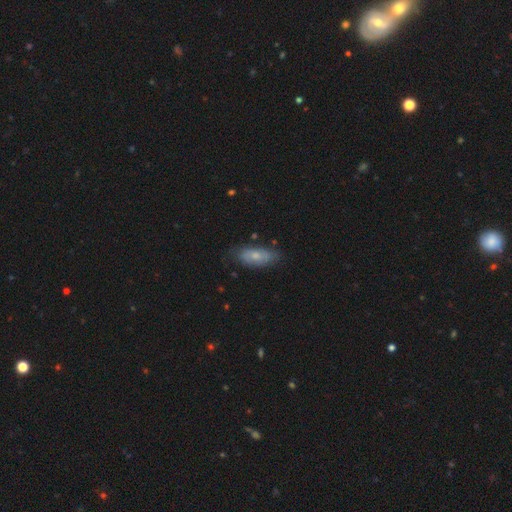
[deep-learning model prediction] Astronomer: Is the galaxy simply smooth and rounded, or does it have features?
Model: smooth — 59% (runner-up: featured or disk, 34%).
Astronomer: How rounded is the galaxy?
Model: in between — 82%.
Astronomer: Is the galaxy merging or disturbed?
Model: none — 72%.